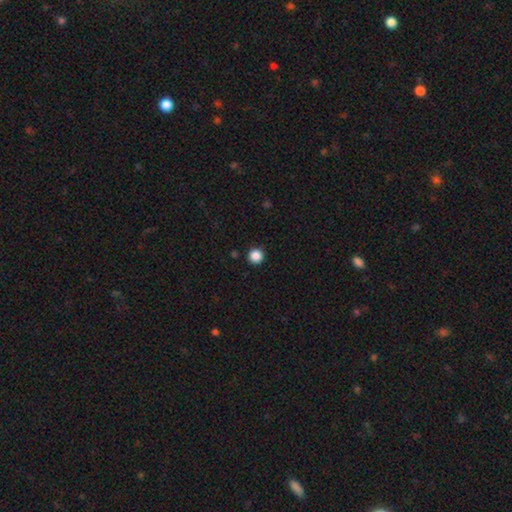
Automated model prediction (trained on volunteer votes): A smooth galaxy with no disk features (87%) that is round (96%).

Vote fractions:
- Smooth or featured? smooth: 87% / star or artifact: 11% / featured or disk: 2%
- How rounded? round: 96% / in between: 3% / cigar-shaped: 1%
- Merging? none: 93% / minor disturbance: 4% / major disturbance: 2% / merger: 1%